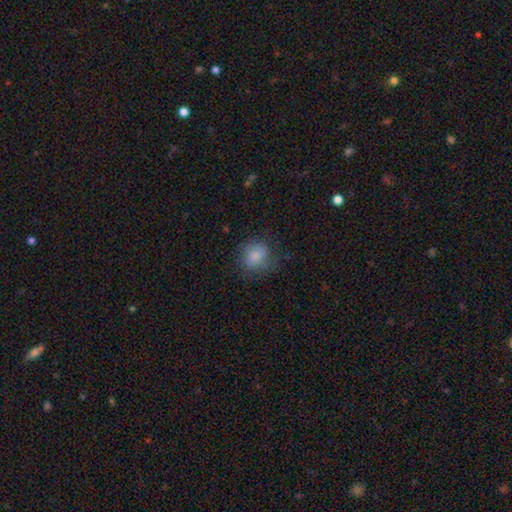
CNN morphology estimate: Overall: smooth (79%). How rounded: round (72%). Merging: none (68%).